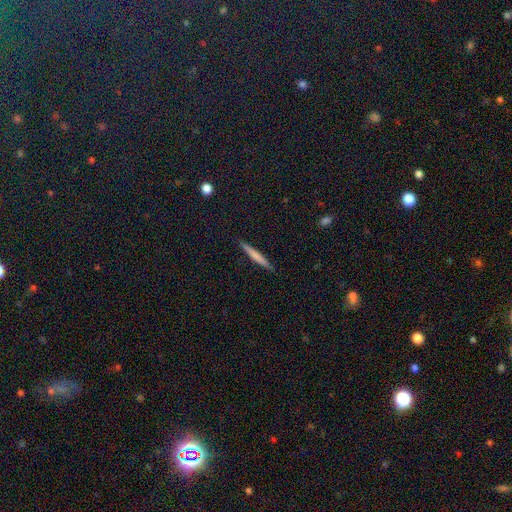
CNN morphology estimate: Q: Smooth or featured?
A: smooth (67%); runner-up: featured or disk (28%)
Q: How rounded?
A: cigar-shaped (96%); runner-up: in between (3%)
Q: Merging?
A: none (91%); runner-up: minor disturbance (7%)